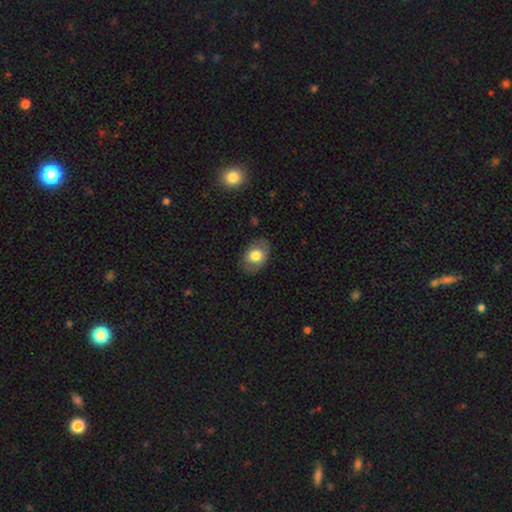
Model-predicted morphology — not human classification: The model was most divided on "smooth or featured": smooth: 74%, featured or disk: 19%, star or artifact: 7%. More confident: merging — none (81%); how rounded — in between (78%).